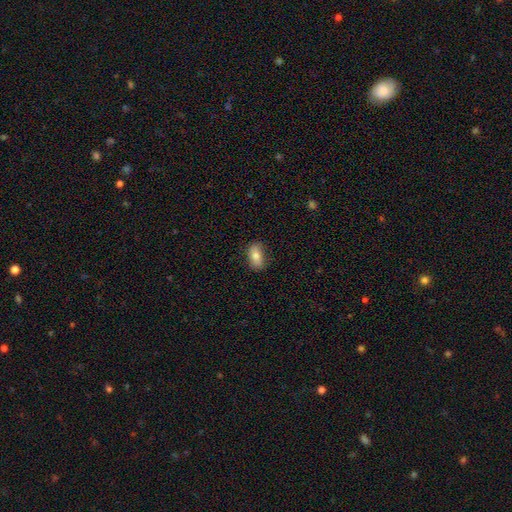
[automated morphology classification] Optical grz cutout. It shows a smooth galaxy with no disk features (79%) that is in between round and cigar-shaped (89%). Merging: none (81%).